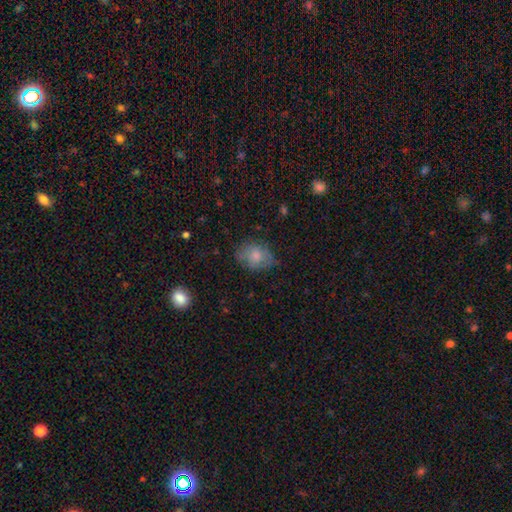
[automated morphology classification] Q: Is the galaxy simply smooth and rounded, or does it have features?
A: smooth — 71%.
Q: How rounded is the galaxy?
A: in between — 60%.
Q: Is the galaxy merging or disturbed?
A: none — 60%.